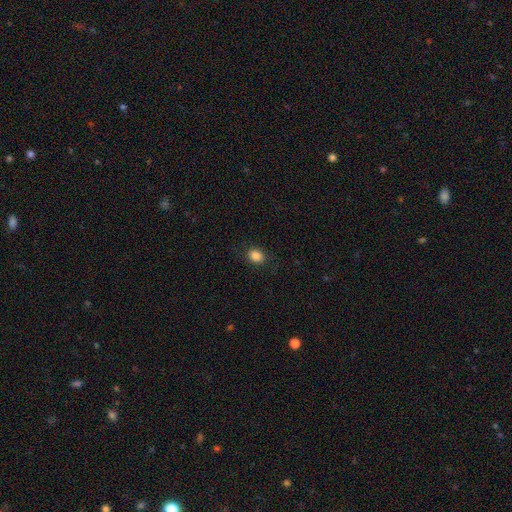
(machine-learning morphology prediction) The model was most divided on "how rounded": in between: 56%, round: 43%, cigar-shaped: 1%. More confident: merging — none (87%); smooth or featured — smooth (86%).